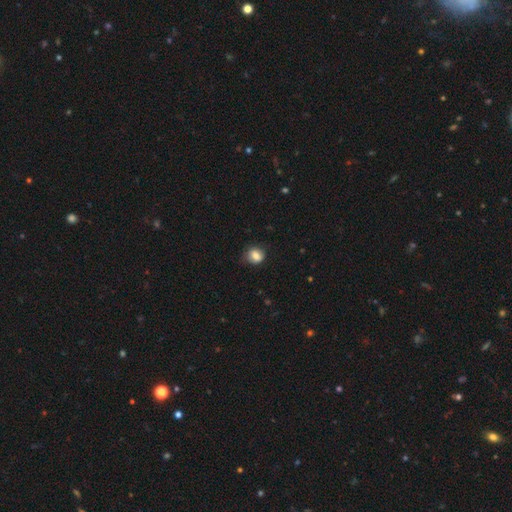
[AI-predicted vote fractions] The model was most divided on "how rounded": round: 61%, in between: 38%, cigar-shaped: 1%. More confident: smooth or featured — smooth (81%); merging — none (67%).